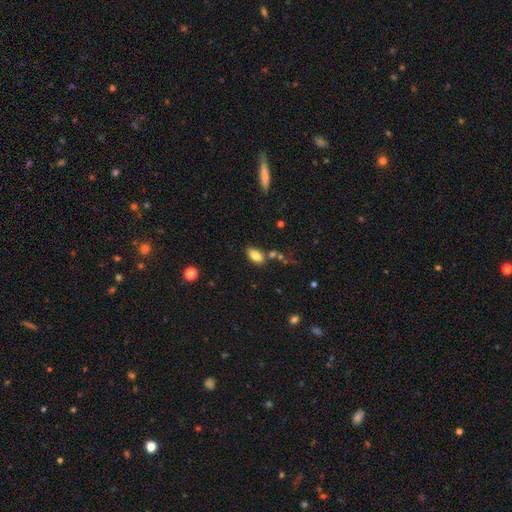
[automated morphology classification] type=smooth (81%); roundness=in between (91%); merging=none (70%).